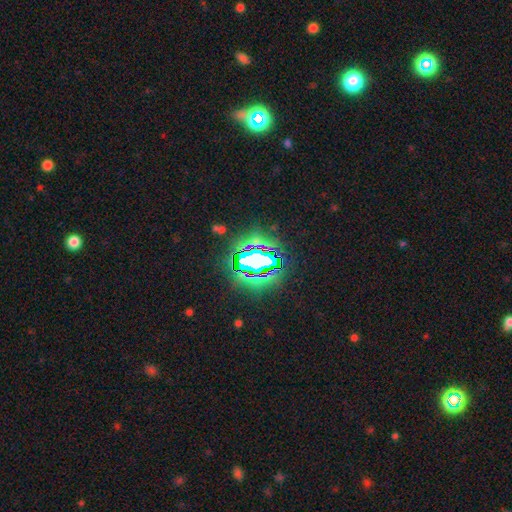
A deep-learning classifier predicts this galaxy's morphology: smooth_or_featured: star or artifact (p=0.78) [alt: smooth p=0.11]